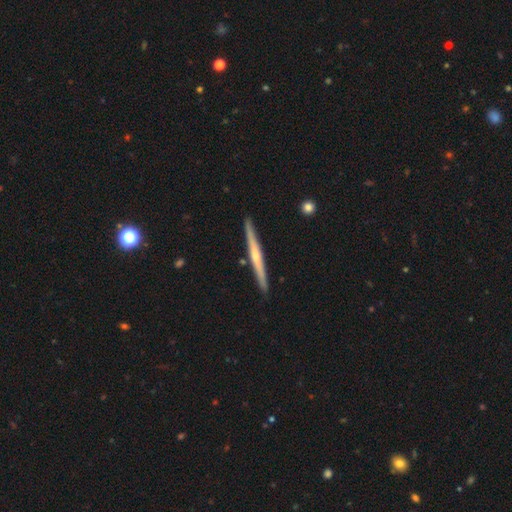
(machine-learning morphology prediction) Smooth or featured? featured or disk (63%)
Edge-on disk? yes (98%)
Edge-on bulge? rounded (54%)
Merging? none (90%)